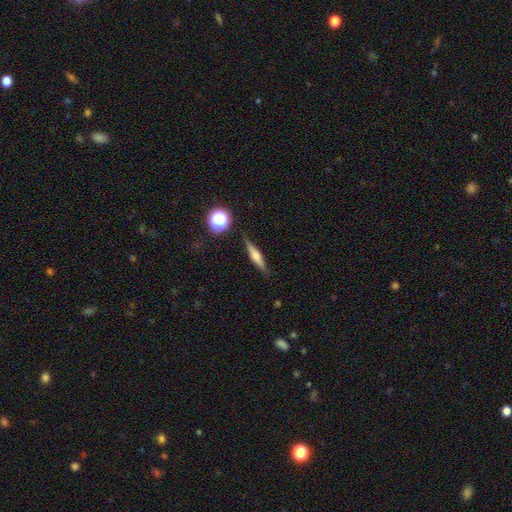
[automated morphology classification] This appears to be a featured or disk galaxy (46%). Merging: none (87%).